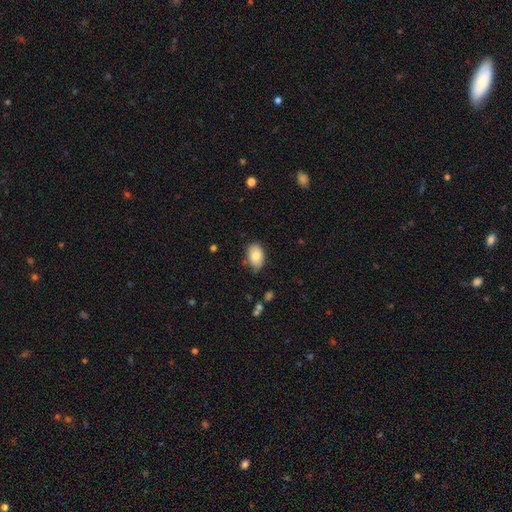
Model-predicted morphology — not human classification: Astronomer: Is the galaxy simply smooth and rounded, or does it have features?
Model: smooth — 81%.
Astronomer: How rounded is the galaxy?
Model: in between — 89%.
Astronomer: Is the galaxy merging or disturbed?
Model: none — 77%.